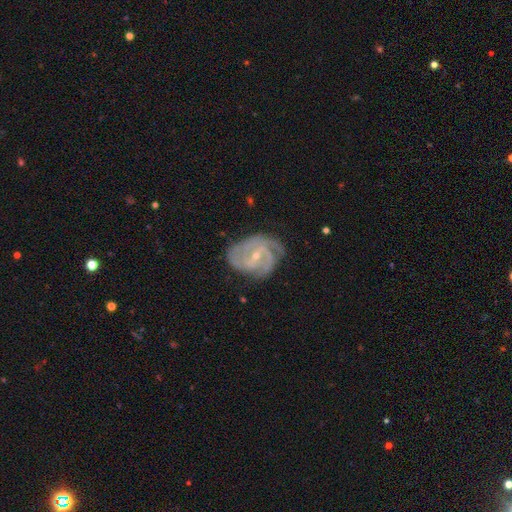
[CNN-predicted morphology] Overall: featured or disk (88%). Edge-on disk: no (98%). Bar: weak (50%; no 33%). Spiral arms: yes (97%). Spiral arm count: 3 (37%; 2 24%). Spiral winding: tight (49%; medium 42%). Bulge size: small (70%). Merging: none (66%).